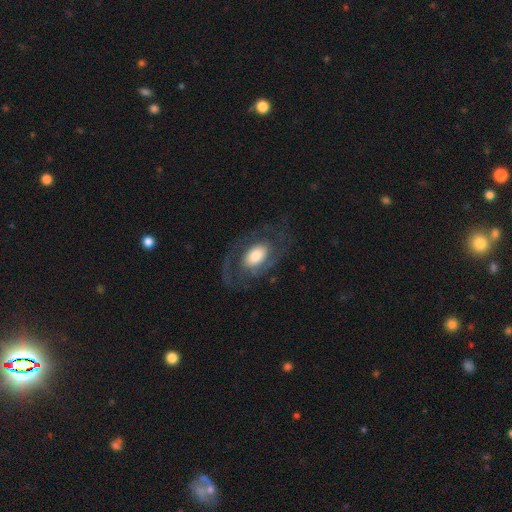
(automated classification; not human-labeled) A featured or disk galaxy (71%) with no bar (65%), 2 (76%) medium (46%) spiral arms (86%) and a large central bulge (48%). Merging: none (67%).